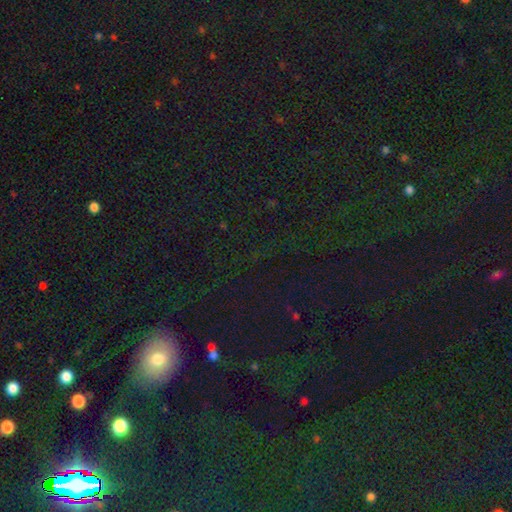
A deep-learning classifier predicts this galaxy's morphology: smooth_or_featured: star or artifact (p=0.64) [alt: smooth p=0.26]